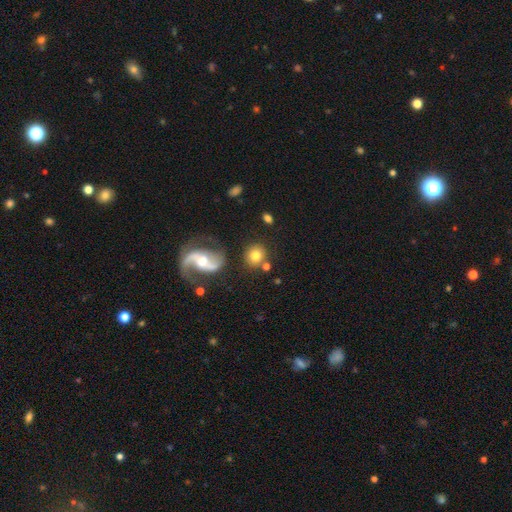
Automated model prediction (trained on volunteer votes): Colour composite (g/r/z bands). It shows a smooth galaxy with no disk features (70%) that is round (83%). Merging: none (76%).